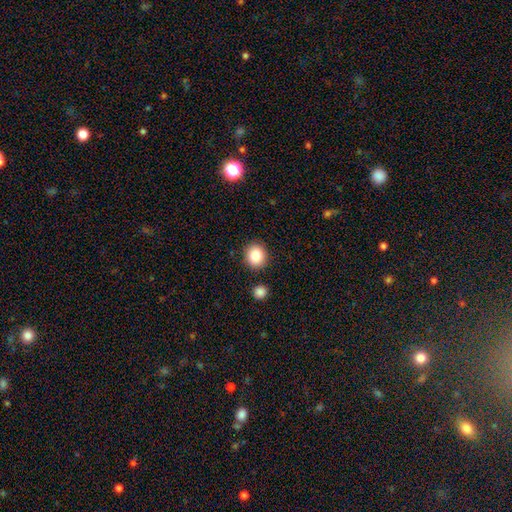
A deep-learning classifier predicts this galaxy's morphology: type=smooth (86%); roundness=round (78%); merging=none (87%).